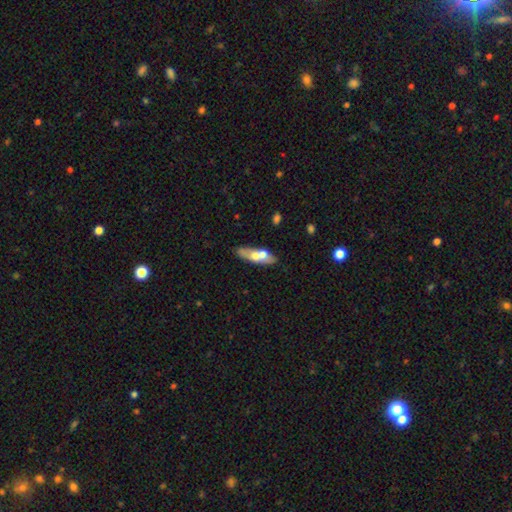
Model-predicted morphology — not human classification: type=smooth (52%); roundness=in between (54%); merging=none (55%).